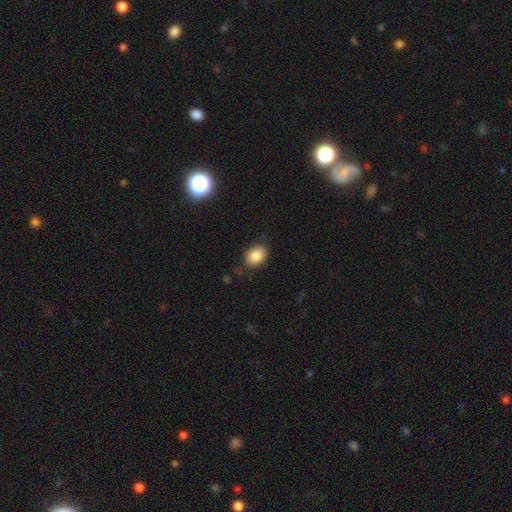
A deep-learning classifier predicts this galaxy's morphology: smooth-or-featured: smooth: 85% | star or artifact: 9% | featured or disk: 6%
  how-rounded: in between: 69% | round: 30% | cigar-shaped: 1%
  merging: none: 81% | minor disturbance: 14% | major disturbance: 3% | merger: 1%